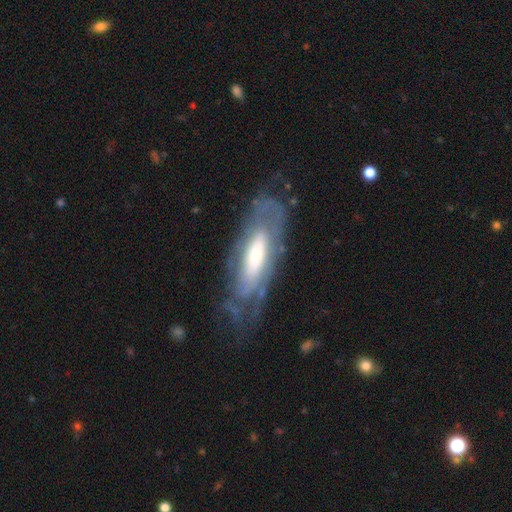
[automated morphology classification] smooth_or_featured: featured or disk (p=0.68) [alt: smooth p=0.26]
disk_edge_on: no (p=0.78) [alt: yes p=0.22]
bar: no (p=0.61) [alt: weak p=0.26]
has_spiral_arms: yes (p=0.71) [alt: no p=0.29]
bulge_size: large (p=0.38) [alt: moderate p=0.36]
merging: none (p=0.59) [alt: minor disturbance p=0.23]